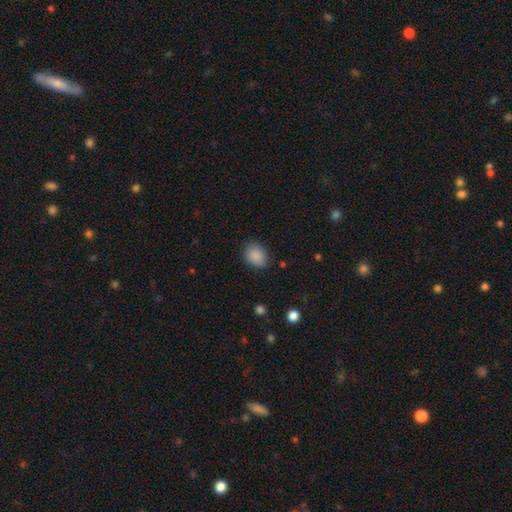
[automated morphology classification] smooth-or-featured: smooth: 88% | star or artifact: 8% | featured or disk: 4%
  how-rounded: in between: 63% | round: 36% | cigar-shaped: 1%
  merging: none: 78% | minor disturbance: 17% | major disturbance: 4% | merger: 1%